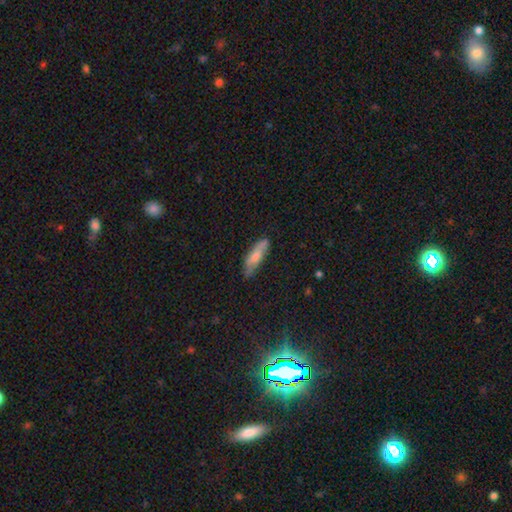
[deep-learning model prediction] A smooth galaxy with no disk features (67%) that is cigar-shaped (62%).

Vote fractions:
- Smooth or featured? smooth: 67% / featured or disk: 27% / star or artifact: 7%
- How rounded? cigar-shaped: 62% / in between: 36% / round: 2%
- Merging? none: 70% / minor disturbance: 22% / major disturbance: 5% / merger: 2%